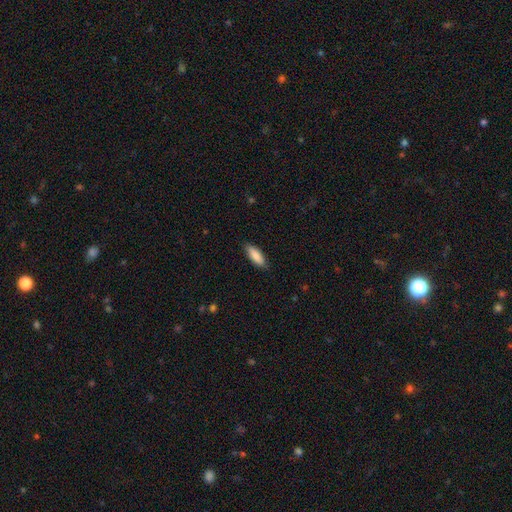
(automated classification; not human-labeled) Smooth or featured? Predicted: smooth (p=0.88). How rounded? Predicted: in between (p=0.64). Merging? Predicted: none (p=0.87).